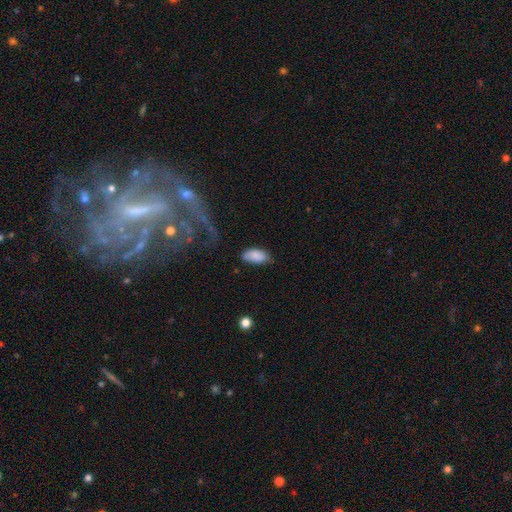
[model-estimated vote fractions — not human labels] smooth 87%, star or artifact 7%, featured or disk 6%. Down the decision tree: how rounded — in between (92%); merging — none (68%).